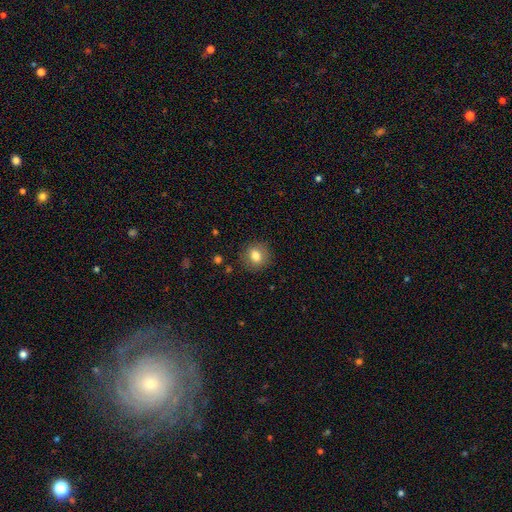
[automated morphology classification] type=smooth (80%); roundness=round (80%); merging=none (88%).